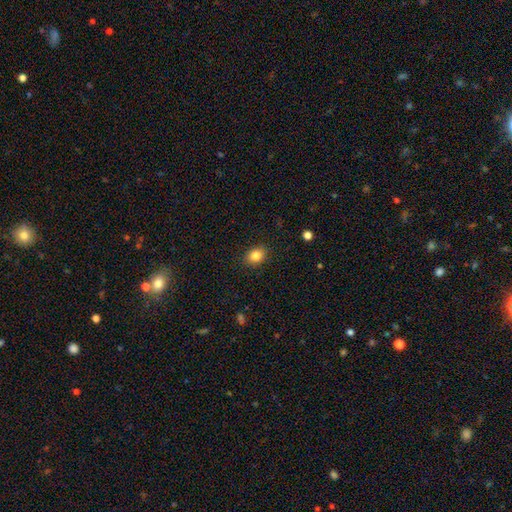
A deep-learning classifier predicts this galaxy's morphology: The model was most divided on "how rounded": in between: 63%, round: 36%, cigar-shaped: 1%. More confident: merging — none (88%); smooth or featured — smooth (84%).